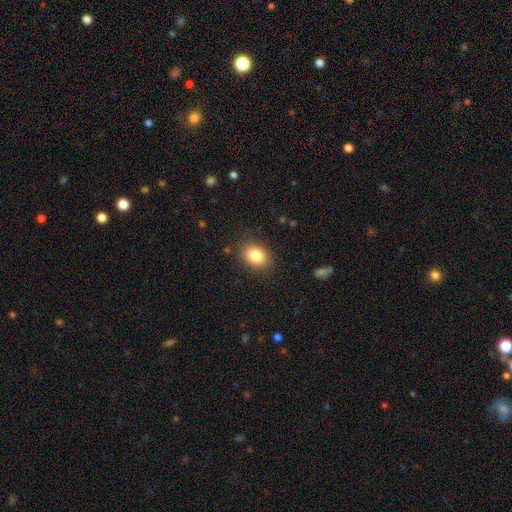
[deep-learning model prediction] The model was most divided on "how rounded": in between: 63%, round: 36%, cigar-shaped: 1%. More confident: smooth or featured — smooth (84%); merging — none (84%).